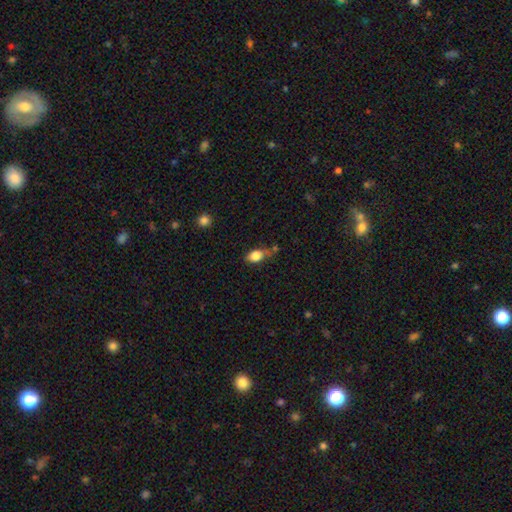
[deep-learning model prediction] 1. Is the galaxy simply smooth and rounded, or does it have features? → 81% smooth, 10% featured or disk, 9% star or artifact.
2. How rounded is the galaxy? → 81% in between, 14% round, 5% cigar-shaped.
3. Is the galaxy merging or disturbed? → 51% none, 30% minor disturbance, 10% merger, 8% major disturbance.